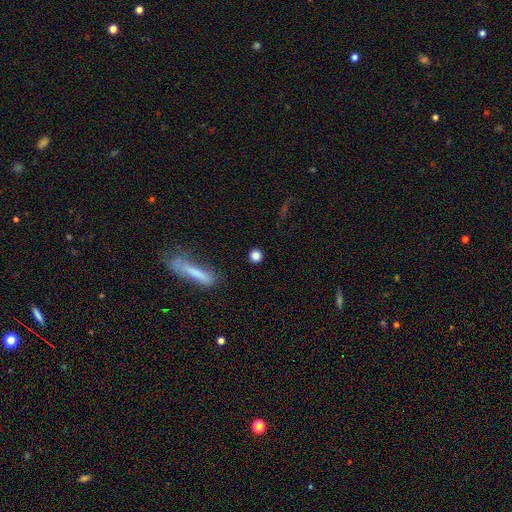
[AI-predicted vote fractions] Smooth or featured: smooth — 84% (star or artifact — 11%)
How rounded: round — 88% (in between — 8%)
Merging: none — 89% (minor disturbance — 6%)